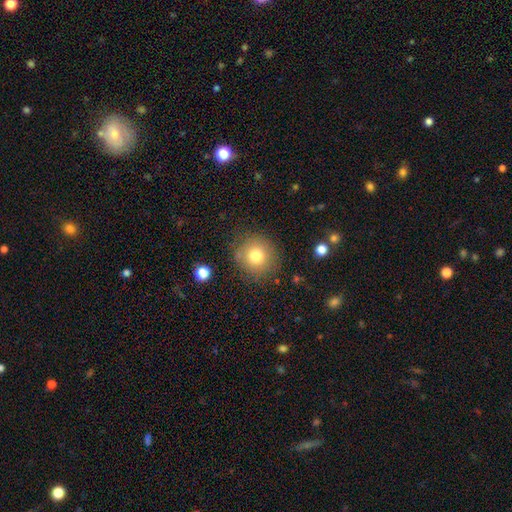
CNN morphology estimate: This appears to be a smooth galaxy with no disk features (78%) that is round (90%). Merging: none (81%).